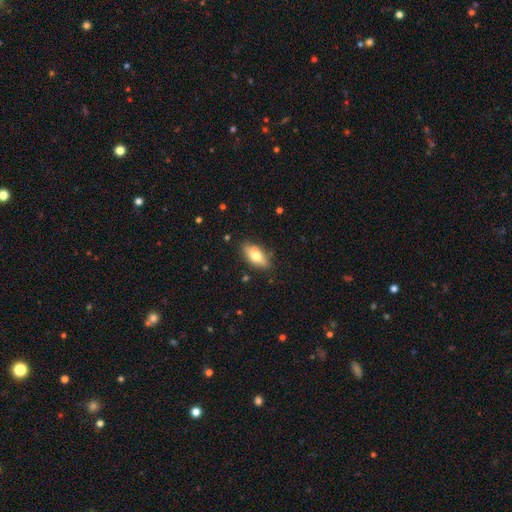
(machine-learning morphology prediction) Smooth or featured? smooth (63%)
How rounded? in between (81%)
Merging? none (77%)